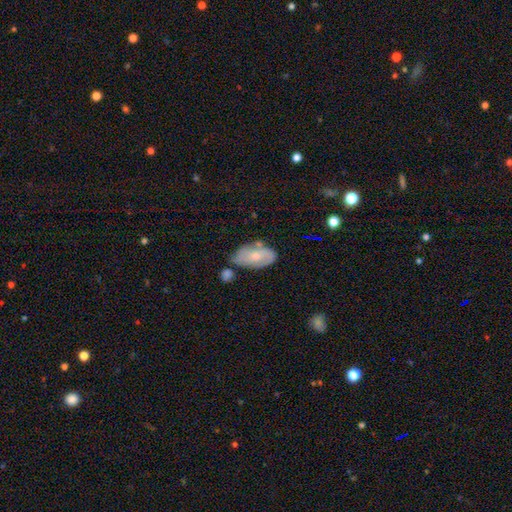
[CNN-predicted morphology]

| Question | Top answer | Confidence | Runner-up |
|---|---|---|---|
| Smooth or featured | smooth | 50% | featured or disk (43%) |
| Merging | none | 55% | minor disturbance (26%) |